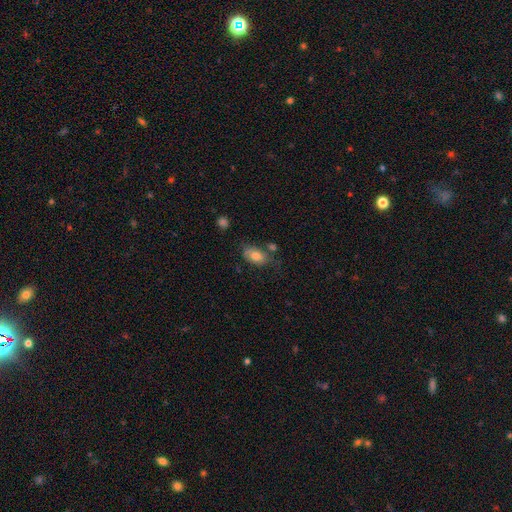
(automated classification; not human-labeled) Q: Smooth or featured?
A: smooth (73%); runner-up: featured or disk (19%)
Q: How rounded?
A: in between (89%); runner-up: round (9%)
Q: Merging?
A: none (52%); runner-up: minor disturbance (26%)